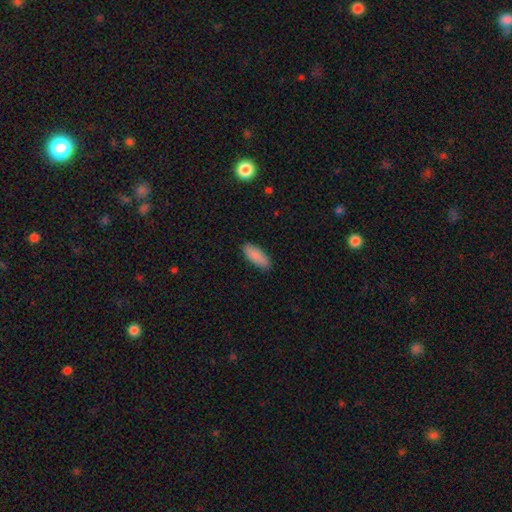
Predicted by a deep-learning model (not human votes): Smooth or featured? smooth (89%)
How rounded? in between (76%)
Merging? none (88%)